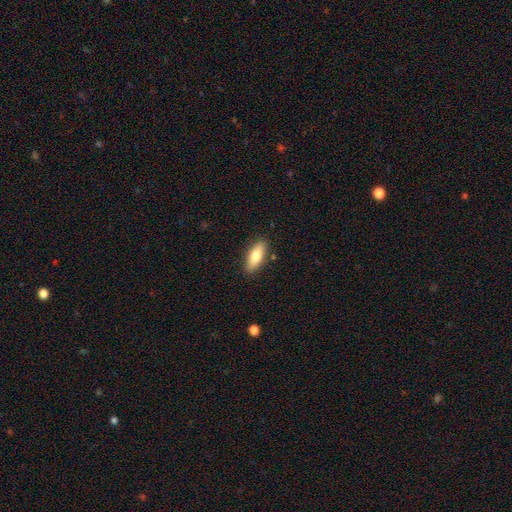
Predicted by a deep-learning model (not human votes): Smooth or featured?
  - smooth: 77% *
  - featured or disk: 16%
  - star or artifact: 6%
How rounded?
  - in between: 76% *
  - cigar-shaped: 21%
  - round: 2%
Merging?
  - none: 86% *
  - minor disturbance: 10%
  - major disturbance: 2%
  - merger: 2%